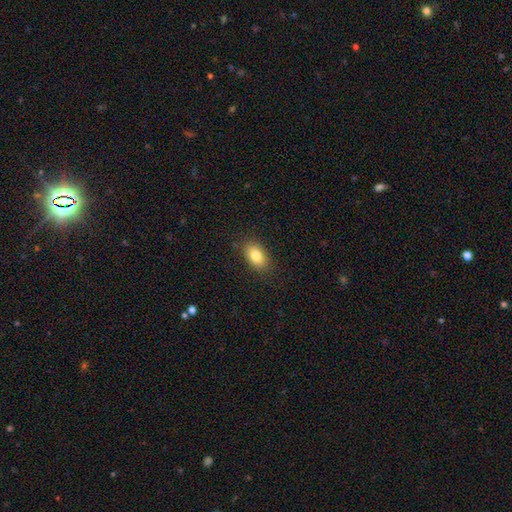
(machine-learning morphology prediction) This is clearly a smooth galaxy (82%). How rounded: clearly in between (88%). Merging: clearly none (86%).